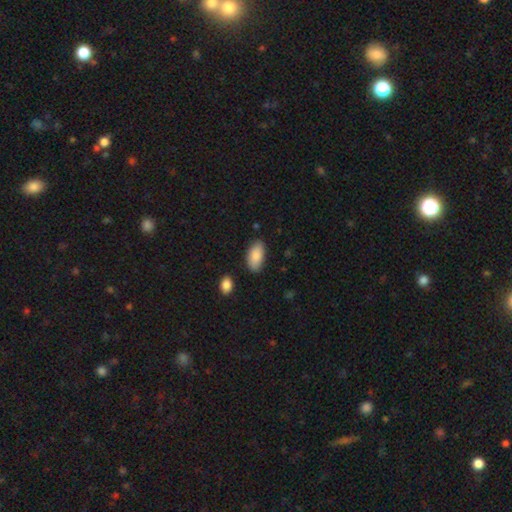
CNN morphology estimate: This is clearly a smooth galaxy (87%). How rounded: clearly in between (94%). Merging: clearly none (82%).